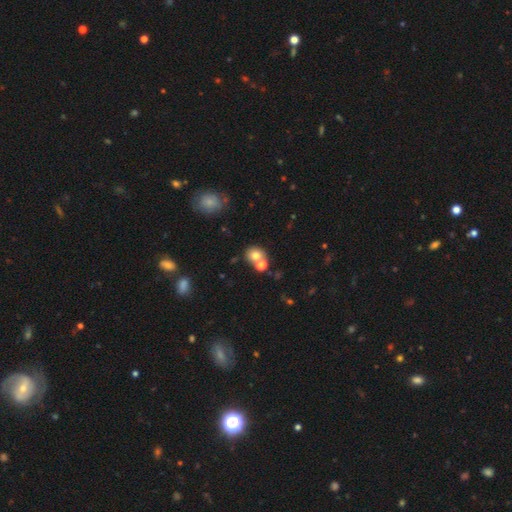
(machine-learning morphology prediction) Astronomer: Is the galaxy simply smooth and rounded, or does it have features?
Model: smooth — 74%.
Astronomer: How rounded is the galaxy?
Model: round — 74%.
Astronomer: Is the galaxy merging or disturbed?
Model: none — 49% (runner-up: merger, 39%).